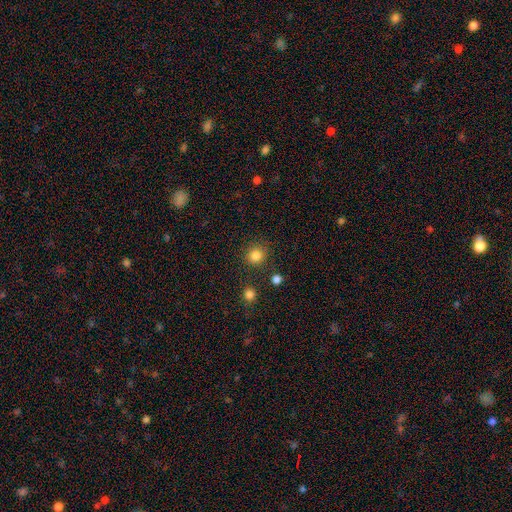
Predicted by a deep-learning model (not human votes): smooth_or_featured: smooth (p=0.84) [alt: star or artifact p=0.12]
how_rounded: round (p=0.91) [alt: in between p=0.08]
merging: none (p=0.85) [alt: minor disturbance p=0.08]